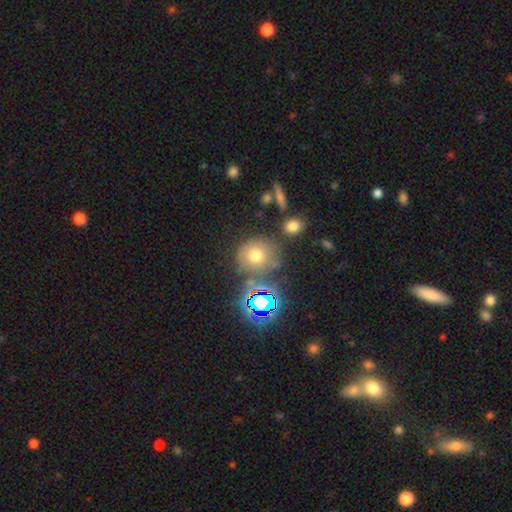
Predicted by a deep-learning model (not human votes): A smooth galaxy with no disk features (65%) that is round (82%).

Vote fractions:
- Smooth or featured? smooth: 65% / star or artifact: 23% / featured or disk: 13%
- How rounded? round: 82% / in between: 17% / cigar-shaped: 1%
- Merging? none: 67% / minor disturbance: 14% / merger: 12% / major disturbance: 7%